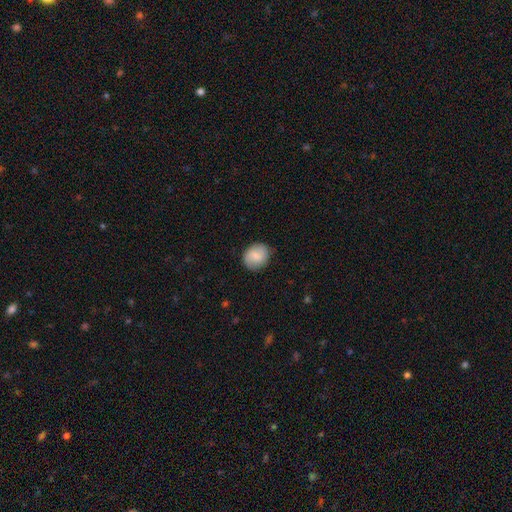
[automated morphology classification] Q: Smooth or featured?
A: smooth (78%); runner-up: featured or disk (15%)
Q: How rounded?
A: round (69%); runner-up: in between (30%)
Q: Merging?
A: none (84%); runner-up: minor disturbance (12%)